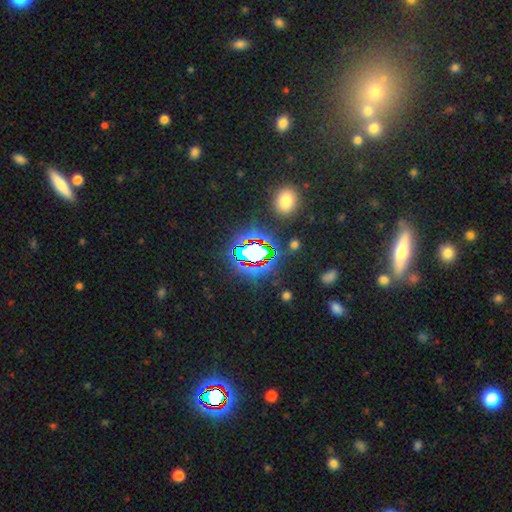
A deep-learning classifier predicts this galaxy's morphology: Smooth or featured? Predicted: star or artifact (p=0.76).